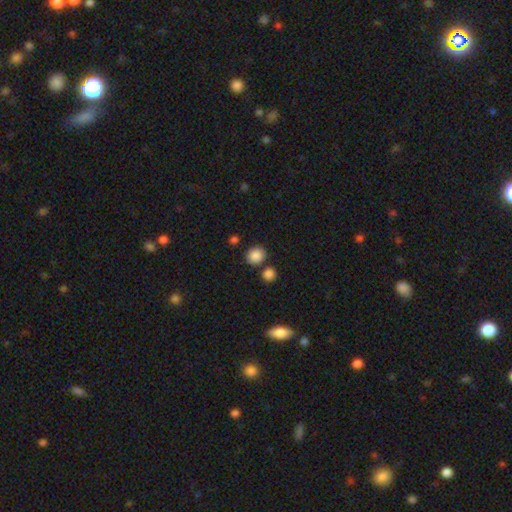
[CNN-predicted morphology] type=smooth (86%); roundness=round (78%); merging=none (77%).